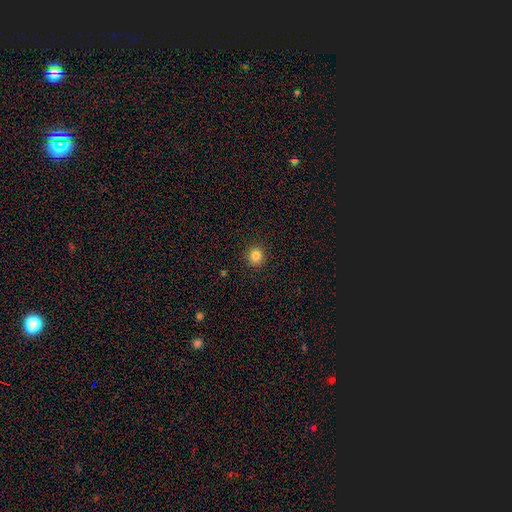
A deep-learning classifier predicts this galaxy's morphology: This appears to be a smooth galaxy with no disk features (83%) that is round (92%). Merging: none (92%).